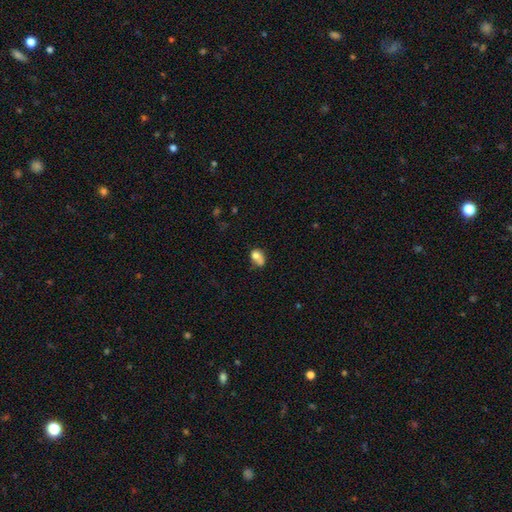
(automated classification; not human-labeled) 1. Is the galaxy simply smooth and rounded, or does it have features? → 73% smooth, 17% featured or disk, 11% star or artifact.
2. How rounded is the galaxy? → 60% in between, 39% round, 2% cigar-shaped.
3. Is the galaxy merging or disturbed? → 31% none, 27% merger, 24% minor disturbance, 18% major disturbance.